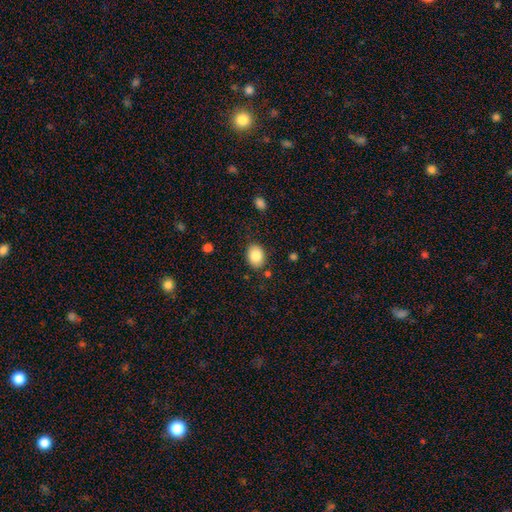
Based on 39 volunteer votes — A smooth galaxy with no disk features (92%) that is in between round and cigar-shaped (75%).

Vote fractions:
- Smooth or featured? smooth: 92% / featured or disk: 5% / star or artifact: 3%
- How rounded? in between: 75% / round: 22% / cigar-shaped: 3%
- Merging? none: 97% / minor disturbance: 3% / major disturbance: 0% / merger: 0%